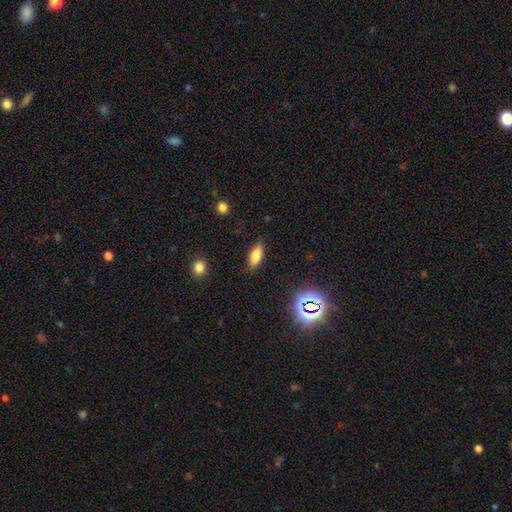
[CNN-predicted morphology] smooth_or_featured: smooth (p=0.77) [alt: featured or disk p=0.12]
how_rounded: in between (p=0.78) [alt: cigar-shaped p=0.19]
merging: none (p=0.86) [alt: minor disturbance p=0.10]